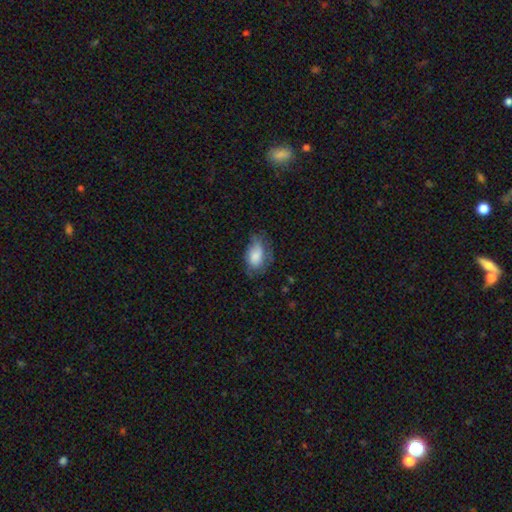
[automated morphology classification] Q: Smooth or featured?
A: smooth (71%); runner-up: featured or disk (21%)
Q: How rounded?
A: in between (89%); runner-up: round (9%)
Q: Merging?
A: none (48%); runner-up: minor disturbance (32%)